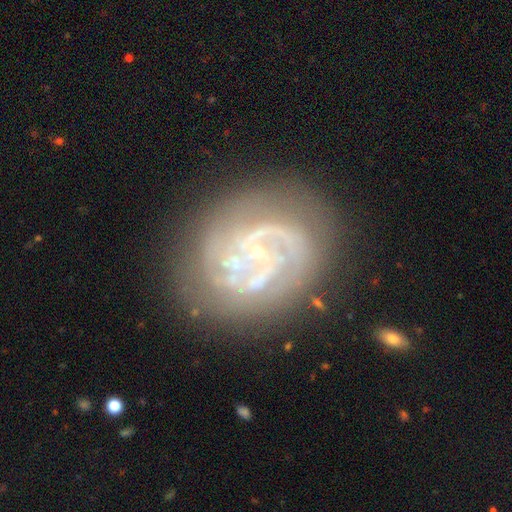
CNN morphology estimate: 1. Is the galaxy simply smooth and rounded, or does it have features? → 86% featured or disk, 8% smooth, 7% star or artifact.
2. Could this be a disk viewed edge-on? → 98% no, 2% yes.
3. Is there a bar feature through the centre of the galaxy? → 60% no, 30% weak, 10% strong.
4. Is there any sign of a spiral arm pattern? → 94% yes, 6% no.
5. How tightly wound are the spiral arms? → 55% tight, 36% medium, 9% loose.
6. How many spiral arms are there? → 34% 2, 25% 3, 20% can't tell, 8% 4, 6% 1, 6% more than 4.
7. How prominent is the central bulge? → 81% small, 12% moderate, 5% none, 1% large, 1% dominant.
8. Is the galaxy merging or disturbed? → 71% none, 16% minor disturbance, 9% major disturbance, 3% merger.